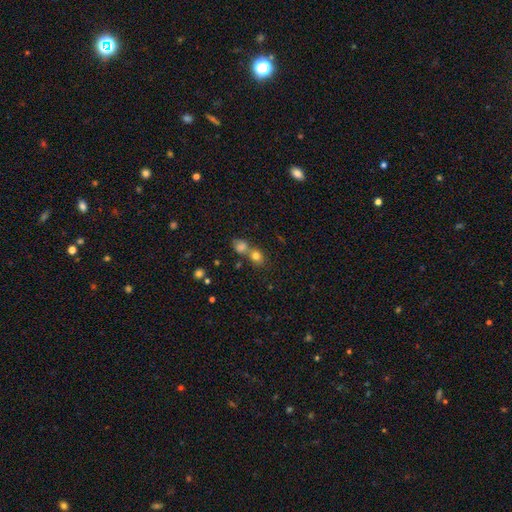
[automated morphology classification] Smooth or featured: smooth — 77% (star or artifact — 13%)
How rounded: round — 62% (in between — 37%)
Merging: merger — 48% (none — 41%)